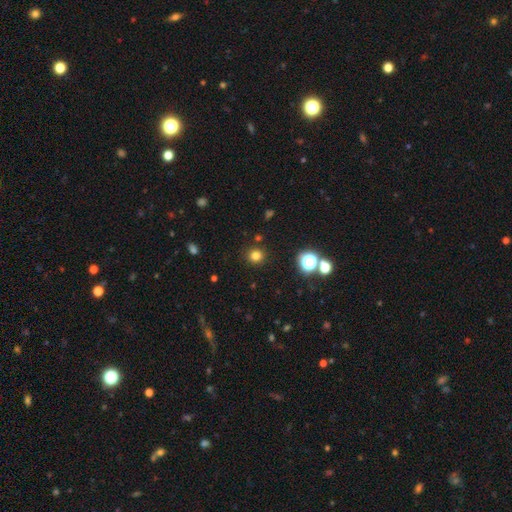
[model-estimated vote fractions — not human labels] The model was most divided on "smooth or featured": smooth: 78%, star or artifact: 17%, featured or disk: 5%. More confident: how rounded — round (93%); merging — none (90%).